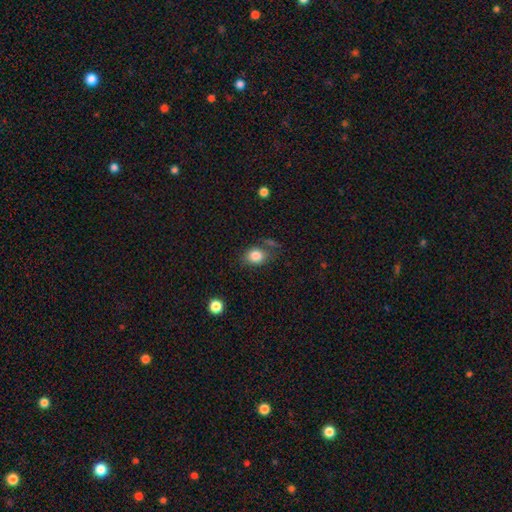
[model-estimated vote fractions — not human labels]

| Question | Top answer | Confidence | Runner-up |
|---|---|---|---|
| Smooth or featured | smooth | 84% | star or artifact (9%) |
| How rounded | in between | 51% | round (48%) |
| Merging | none | 66% | minor disturbance (20%) |